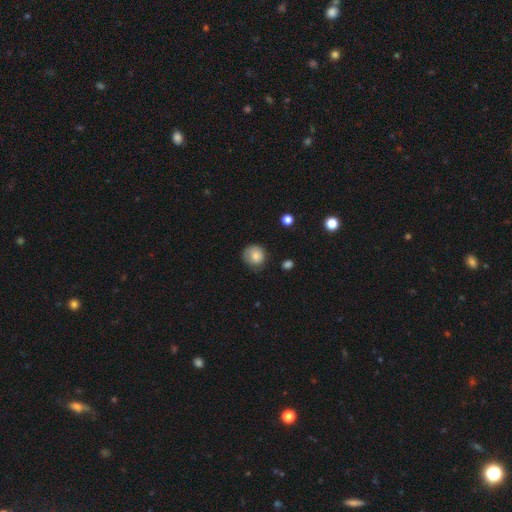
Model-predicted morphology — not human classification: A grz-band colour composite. It shows a smooth galaxy with no disk features (78%) that is round (84%). Merging: none (64%).